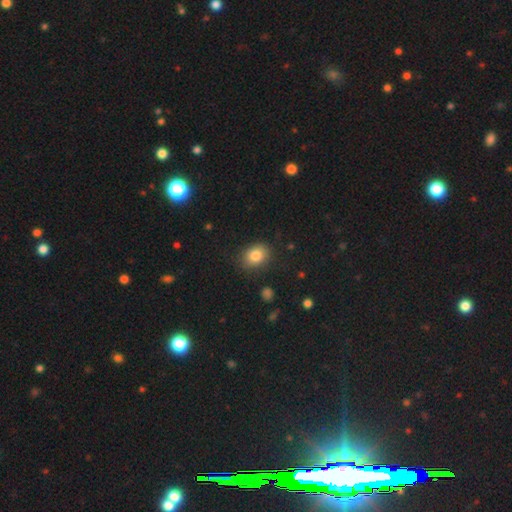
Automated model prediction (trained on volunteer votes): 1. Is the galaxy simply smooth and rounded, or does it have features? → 82% smooth, 10% star or artifact, 8% featured or disk.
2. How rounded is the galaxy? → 57% in between, 42% round, 1% cigar-shaped.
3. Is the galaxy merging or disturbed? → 82% none, 13% minor disturbance, 3% major disturbance, 1% merger.